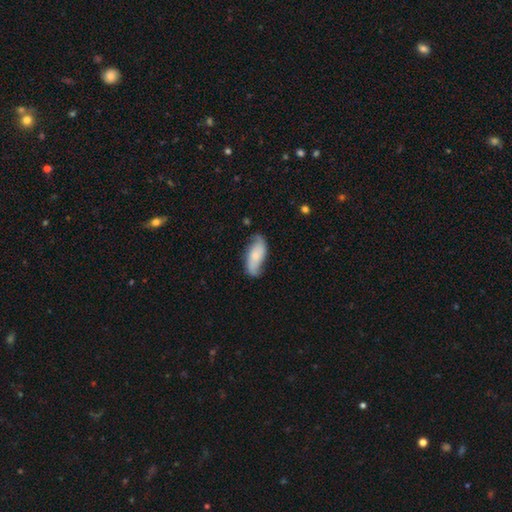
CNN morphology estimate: smooth 47%, featured or disk 46%, star or artifact 7%. Down the decision tree: merging — none (66%).